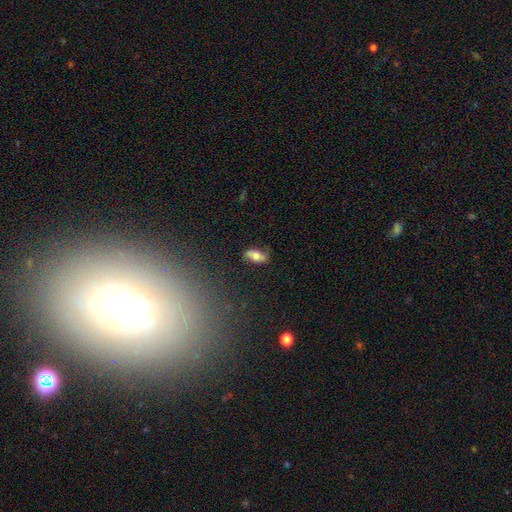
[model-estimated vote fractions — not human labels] Smooth or featured: smooth — 64% (featured or disk — 27%)
How rounded: in between — 86% (cigar-shaped — 10%)
Merging: none — 76% (minor disturbance — 17%)